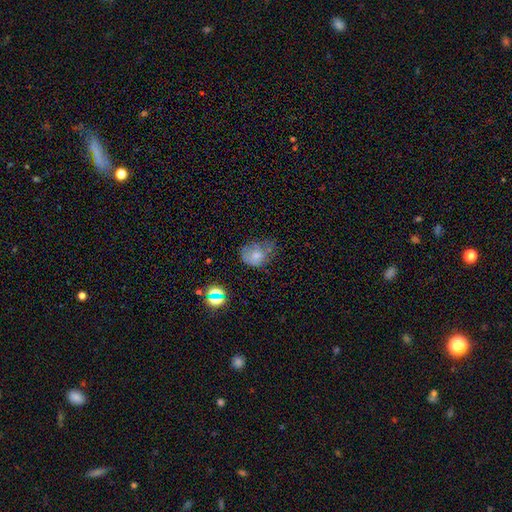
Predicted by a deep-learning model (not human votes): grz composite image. It shows a smooth galaxy with no disk features (64%) that is round (50%). Merging: minor disturbance (36%).